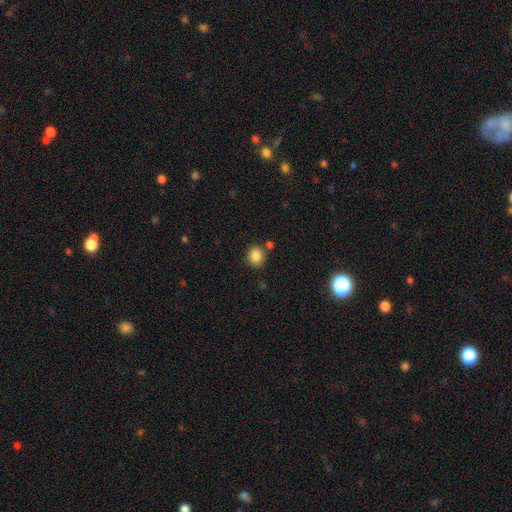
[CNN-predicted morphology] This appears to be a smooth galaxy with no disk features (86%) that is round (70%). Merging: none (80%).